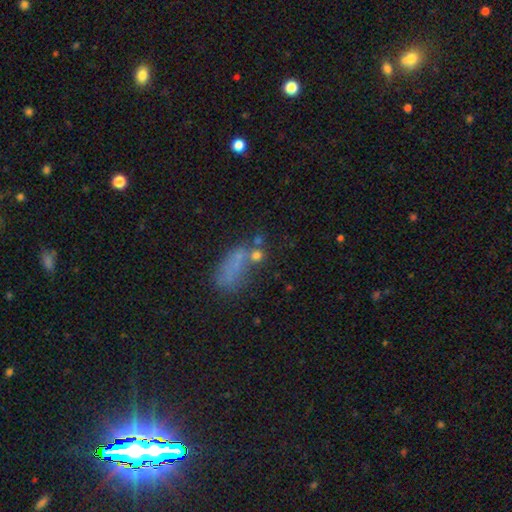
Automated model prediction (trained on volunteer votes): This is possibly a smooth galaxy (52%). How rounded: likely in between (74%). Merging: marginally none (37%).